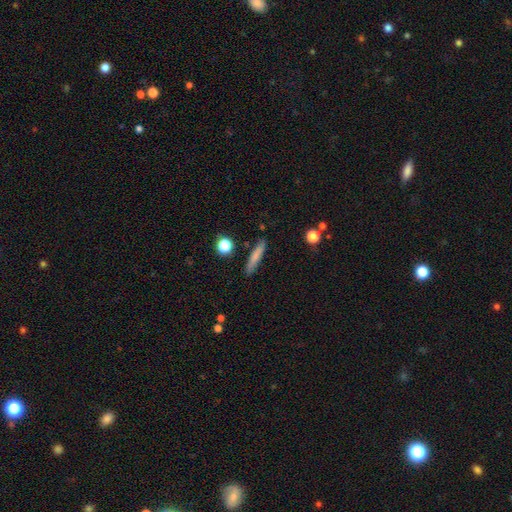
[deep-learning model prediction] Smooth or featured?
  - smooth: 76% *
  - featured or disk: 16%
  - star or artifact: 8%
How rounded?
  - cigar-shaped: 89% *
  - in between: 8%
  - round: 2%
Merging?
  - none: 86% *
  - minor disturbance: 9%
  - merger: 2%
  - major disturbance: 2%